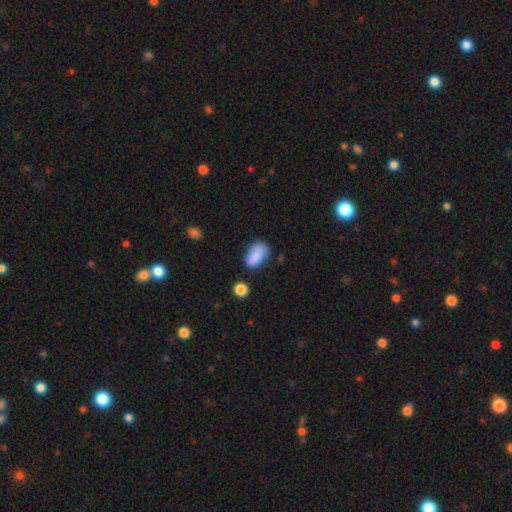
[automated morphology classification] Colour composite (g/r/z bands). It shows a smooth galaxy with no disk features (85%) that is in between round and cigar-shaped (91%). Merging: none (66%).